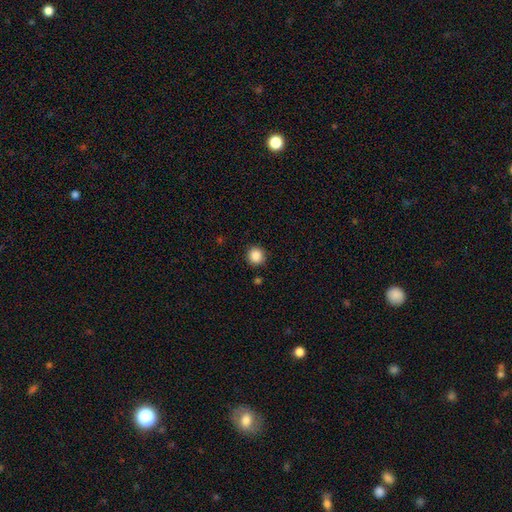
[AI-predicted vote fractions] Smooth or featured?
  - smooth: 87% *
  - star or artifact: 10%
  - featured or disk: 3%
How rounded?
  - round: 93% *
  - in between: 6%
  - cigar-shaped: 1%
Merging?
  - none: 90% *
  - minor disturbance: 6%
  - major disturbance: 2%
  - merger: 2%